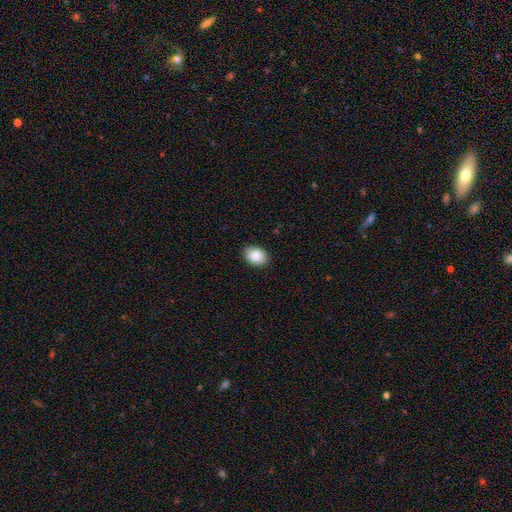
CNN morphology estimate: Smooth or featured? smooth (88%)
How rounded? in between (77%)
Merging? none (89%)